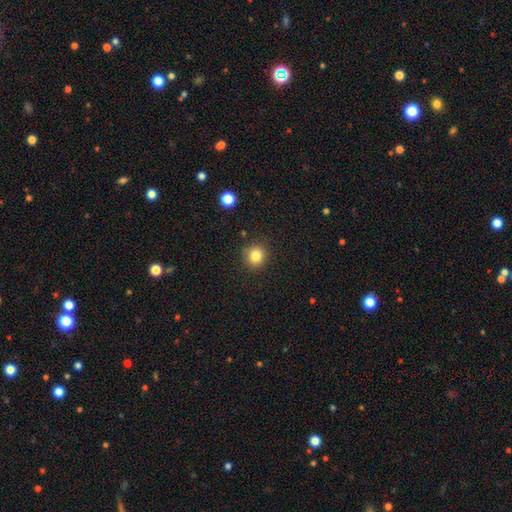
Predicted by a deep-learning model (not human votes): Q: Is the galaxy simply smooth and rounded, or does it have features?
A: smooth — 82%.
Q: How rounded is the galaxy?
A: round — 90%.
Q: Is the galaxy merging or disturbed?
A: none — 87%.